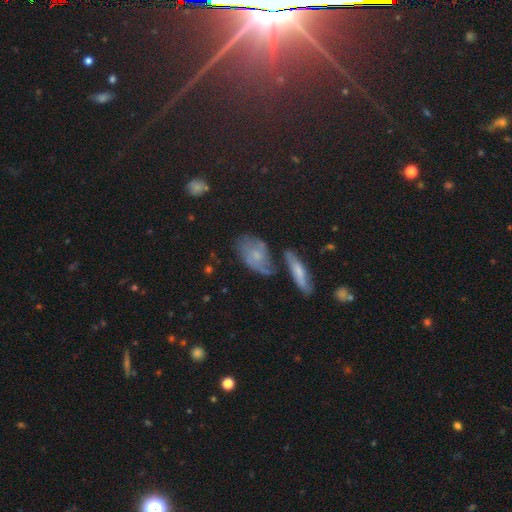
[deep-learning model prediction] This appears to be a featured or disk galaxy (47%). Merging: none (50%).